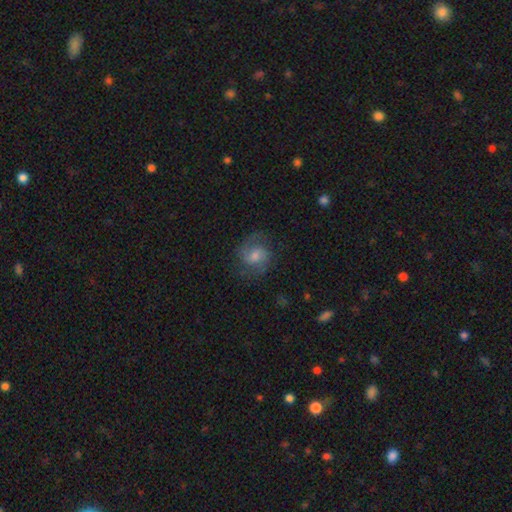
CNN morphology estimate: The model was most divided on "bar": no: 46%, weak: 45%, strong: 9%. More confident: edge-on disk — no (98%); spiral arms — yes (94%); spiral arm count — 2 (86%); merging — none (76%); smooth or featured — featured or disk (71%); spiral winding — medium (54%); bulge size — moderate (51%).